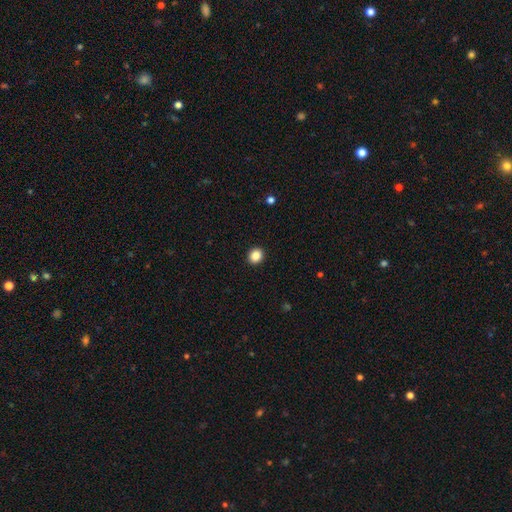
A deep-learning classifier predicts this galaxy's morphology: Smooth or featured?
  - smooth: 87% *
  - star or artifact: 10%
  - featured or disk: 3%
How rounded?
  - round: 76% *
  - in between: 23%
  - cigar-shaped: 1%
Merging?
  - none: 93% *
  - minor disturbance: 5%
  - major disturbance: 2%
  - merger: 1%